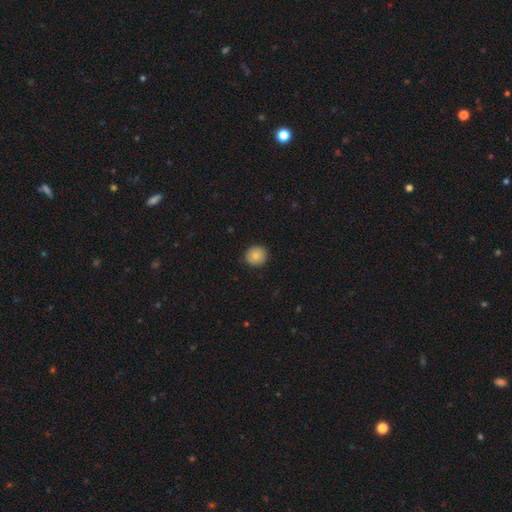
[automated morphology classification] type=smooth (77%); roundness=round (92%); merging=none (89%).